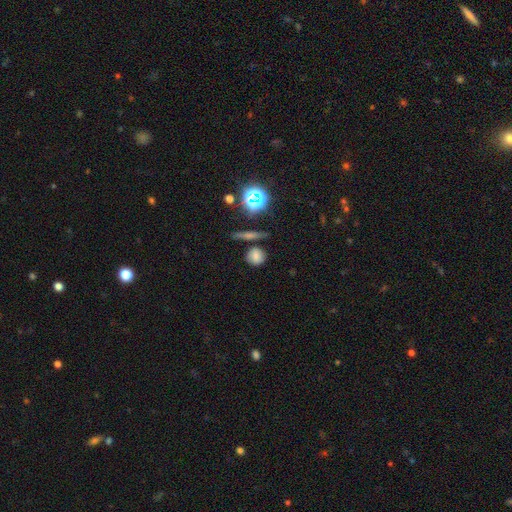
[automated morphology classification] smooth 71%, star or artifact 17%, featured or disk 12%. Down the decision tree: how rounded — round (78%); merging — none (75%).